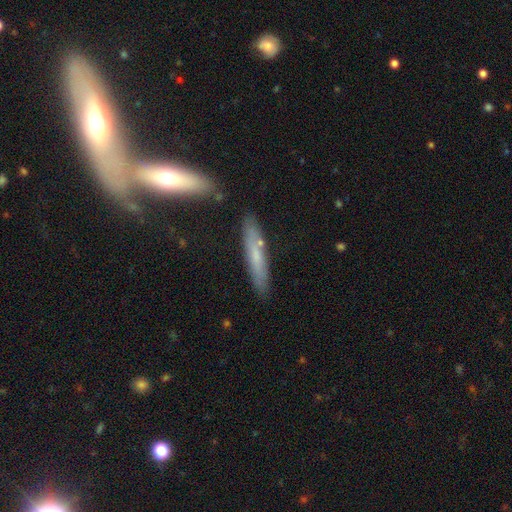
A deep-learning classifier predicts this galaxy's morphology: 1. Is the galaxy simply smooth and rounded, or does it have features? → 58% smooth, 35% featured or disk, 7% star or artifact.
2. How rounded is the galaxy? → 90% cigar-shaped, 9% in between, 2% round.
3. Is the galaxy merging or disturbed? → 80% none, 12% minor disturbance, 5% merger, 3% major disturbance.